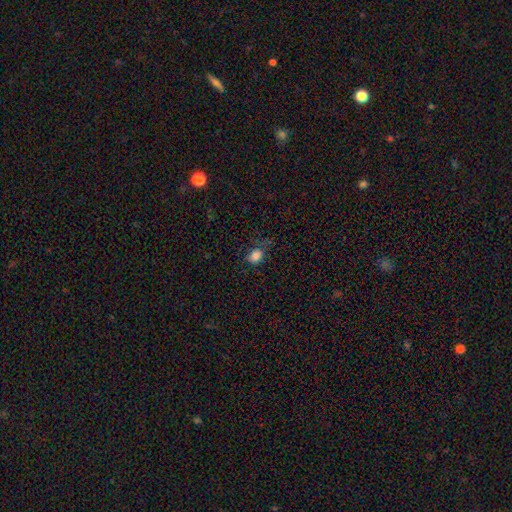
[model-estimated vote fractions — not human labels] A smooth galaxy with no disk features (83%) that is in between round and cigar-shaped (56%). Merging: none (66%).